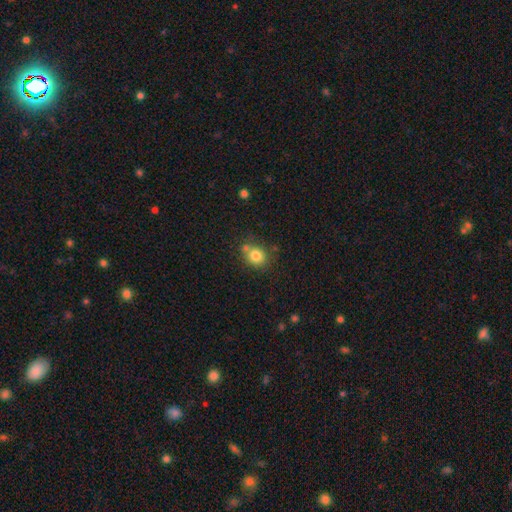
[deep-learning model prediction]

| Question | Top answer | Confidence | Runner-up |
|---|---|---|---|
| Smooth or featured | smooth | 81% | star or artifact (11%) |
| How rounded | round | 76% | in between (23%) |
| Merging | none | 67% | merger (16%) |